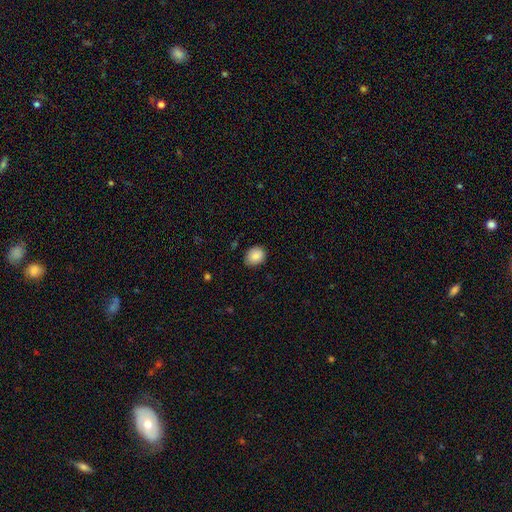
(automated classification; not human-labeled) Smooth or featured?
  - smooth: 87% *
  - star or artifact: 8%
  - featured or disk: 5%
How rounded?
  - round: 59% *
  - in between: 40%
  - cigar-shaped: 1%
Merging?
  - none: 82% *
  - minor disturbance: 15%
  - major disturbance: 2%
  - merger: 1%